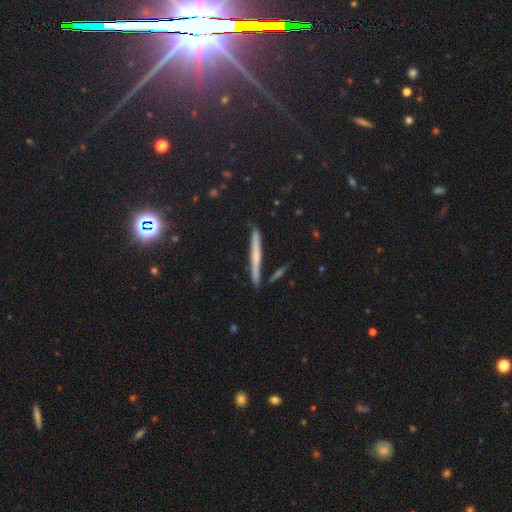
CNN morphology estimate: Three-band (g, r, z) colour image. It shows a featured or disk galaxy (45%). Merging: none (86%).